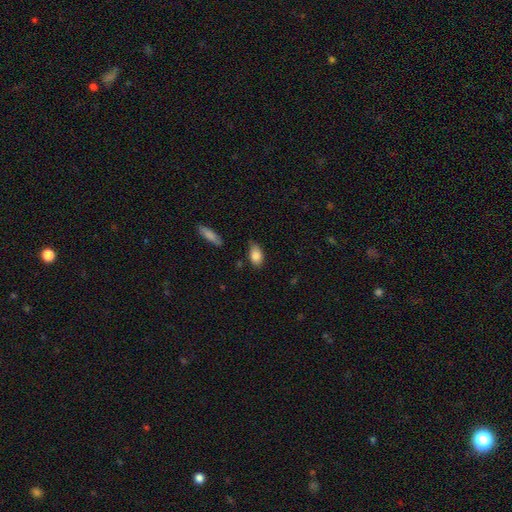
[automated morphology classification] A smooth galaxy with no disk features (85%) that is in between round and cigar-shaped (90%). Merging: none (76%).